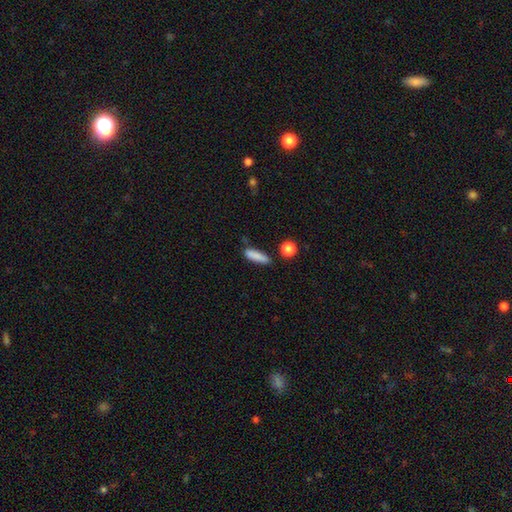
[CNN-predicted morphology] type=smooth (84%); roundness=cigar-shaped (67%); merging=none (75%).